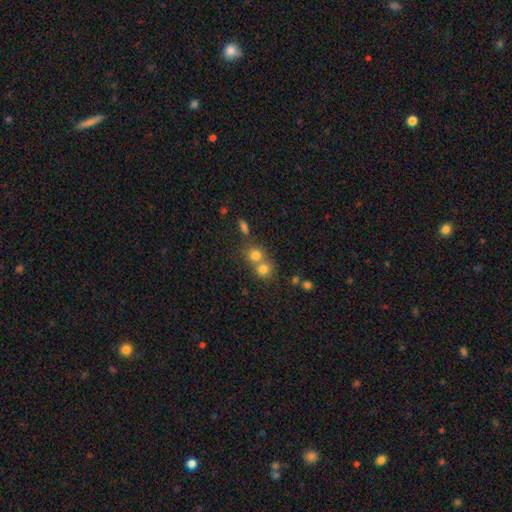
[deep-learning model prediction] smooth 72%, star or artifact 16%, featured or disk 12%. Down the decision tree: how rounded — round (82%); merging — merger (52%).